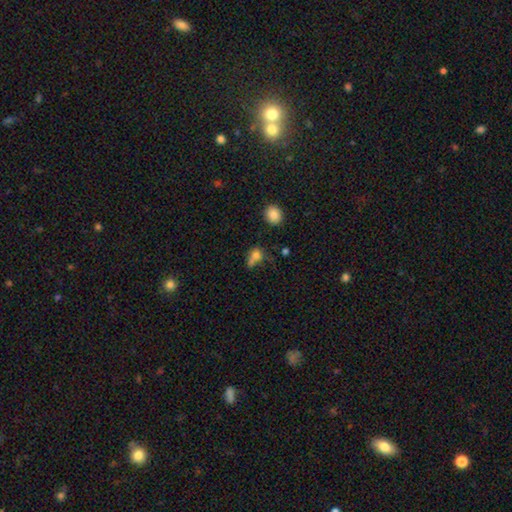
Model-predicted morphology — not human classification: type=smooth (74%); roundness=round (57%); merging=merger (39%).